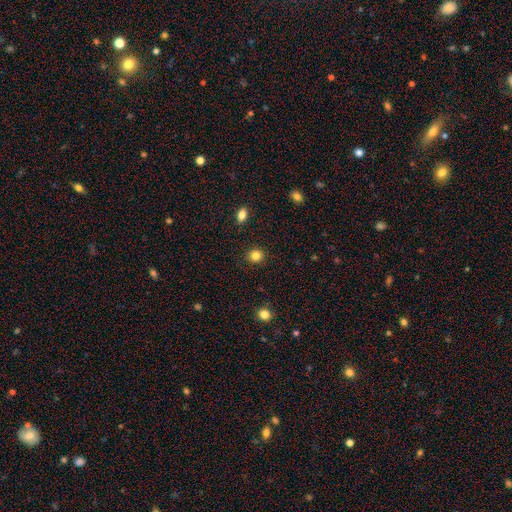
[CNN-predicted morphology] A smooth galaxy with no disk features (84%) that is round (87%). Merging: none (92%).